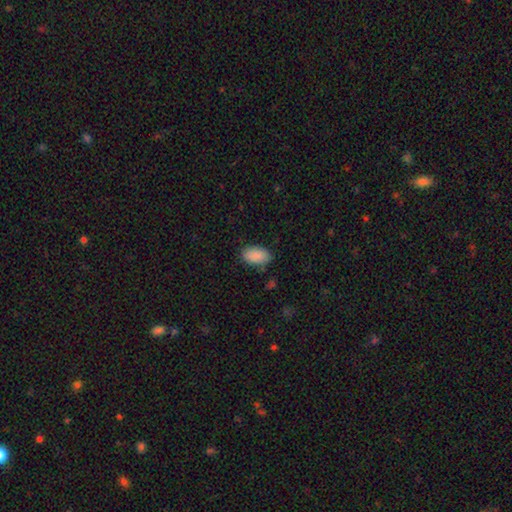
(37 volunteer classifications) Smooth or featured?
  - smooth: 92% *
  - star or artifact: 5%
  - featured or disk: 3%
How rounded?
  - in between: 97% *
  - round: 3%
  - cigar-shaped: 0%
Merging?
  - none: 89% *
  - minor disturbance: 6%
  - major disturbance: 3%
  - merger: 3%